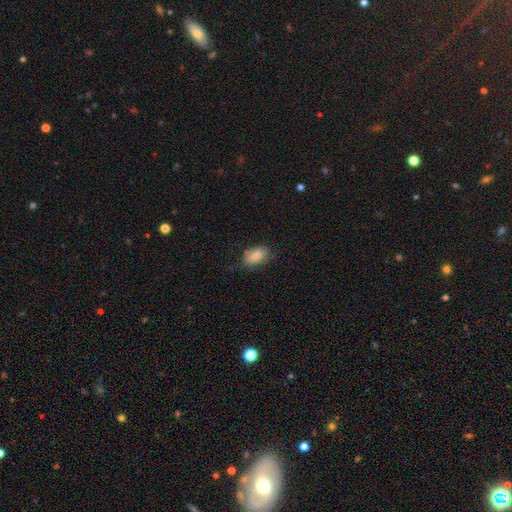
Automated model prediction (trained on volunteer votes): The model was most divided on "merging": none: 68%, minor disturbance: 24%, major disturbance: 6%, merger: 2%. More confident: how rounded — in between (90%); smooth or featured — smooth (84%).